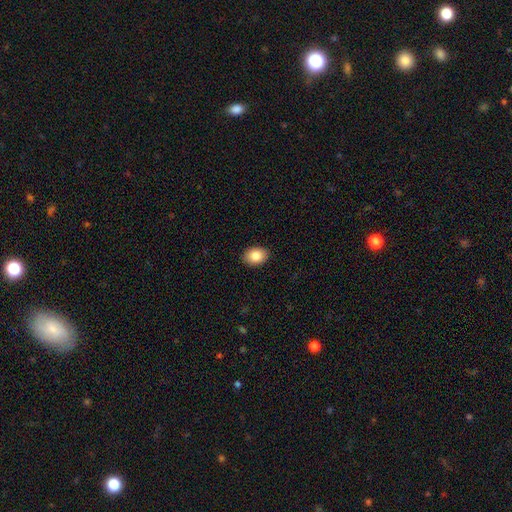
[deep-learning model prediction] Q: Smooth or featured?
A: smooth (84%); runner-up: featured or disk (8%)
Q: How rounded?
A: in between (73%); runner-up: round (26%)
Q: Merging?
A: none (90%); runner-up: minor disturbance (7%)